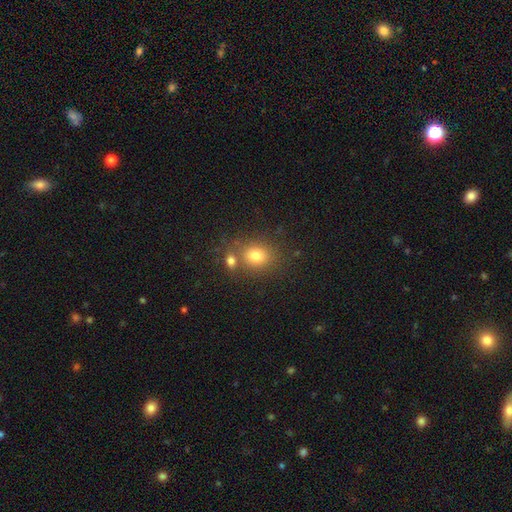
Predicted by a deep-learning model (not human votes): smooth-or-featured: smooth: 77% | star or artifact: 13% | featured or disk: 9%
  how-rounded: round: 59% | in between: 40% | cigar-shaped: 1%
  merging: none: 61% | merger: 25% | minor disturbance: 11% | major disturbance: 4%